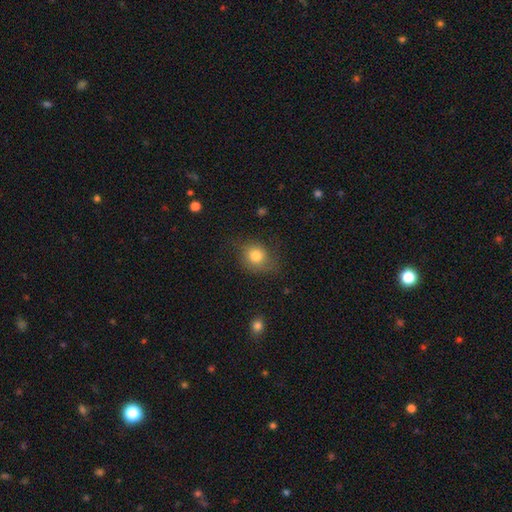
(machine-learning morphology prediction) Q: Smooth or featured?
A: smooth (79%); runner-up: featured or disk (11%)
Q: How rounded?
A: round (70%); runner-up: in between (29%)
Q: Merging?
A: none (63%); runner-up: minor disturbance (24%)